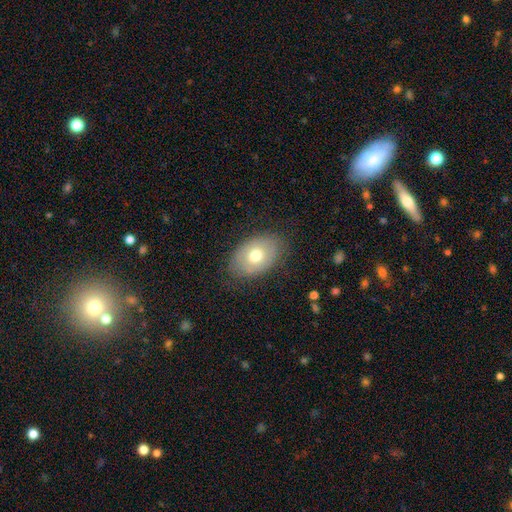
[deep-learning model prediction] A smooth galaxy with no disk features (68%) that is in between round and cigar-shaped (85%).

Vote fractions:
- Smooth or featured? smooth: 68% / featured or disk: 24% / star or artifact: 7%
- How rounded? in between: 85% / round: 13% / cigar-shaped: 1%
- Merging? none: 80% / minor disturbance: 15% / major disturbance: 4% / merger: 1%